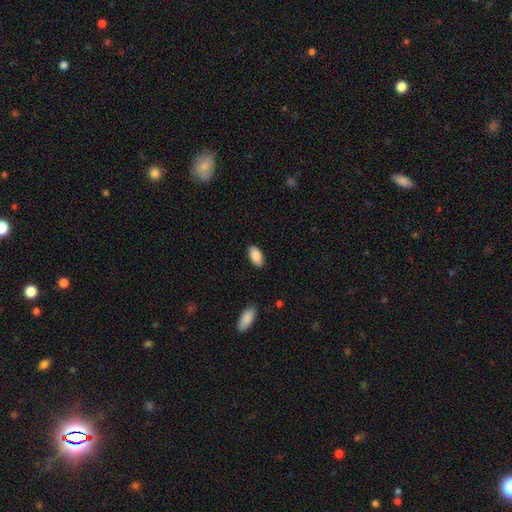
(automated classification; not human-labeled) Overall: smooth (88%). How rounded: in between (93%). Merging: none (87%).